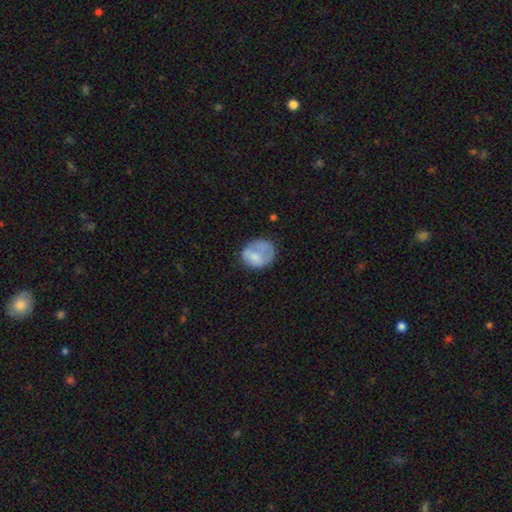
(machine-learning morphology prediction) type=smooth (69%); roundness=round (62%); merging=none (44%).